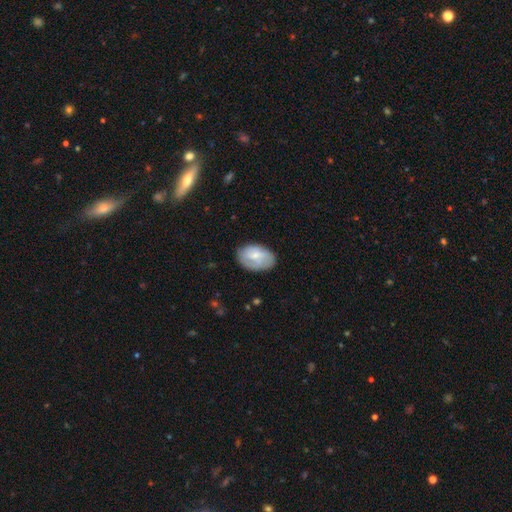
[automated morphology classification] smooth 59%, featured or disk 34%, star or artifact 7%. Down the decision tree: how rounded — in between (87%); merging — none (69%).